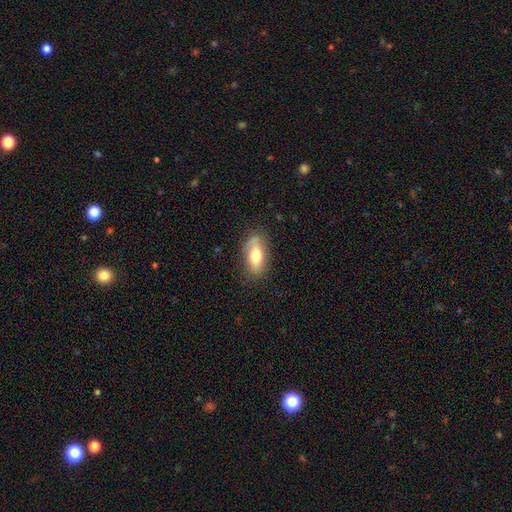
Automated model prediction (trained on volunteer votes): Smooth or featured: smooth — 69% (featured or disk — 24%)
How rounded: in between — 83% (cigar-shaped — 13%)
Merging: none — 74% (minor disturbance — 19%)